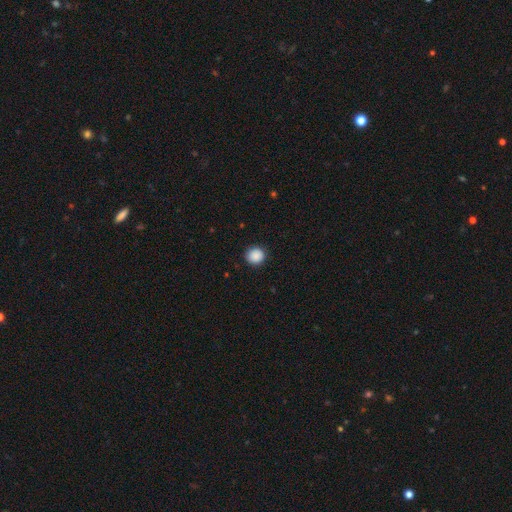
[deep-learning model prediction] Overall: smooth (89%). How rounded: round (90%). Merging: none (90%).